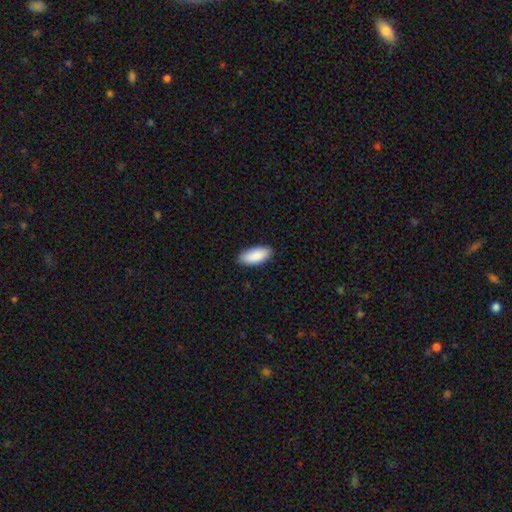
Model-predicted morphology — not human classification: Overall: smooth (90%). How rounded: in between (88%). Merging: none (88%).